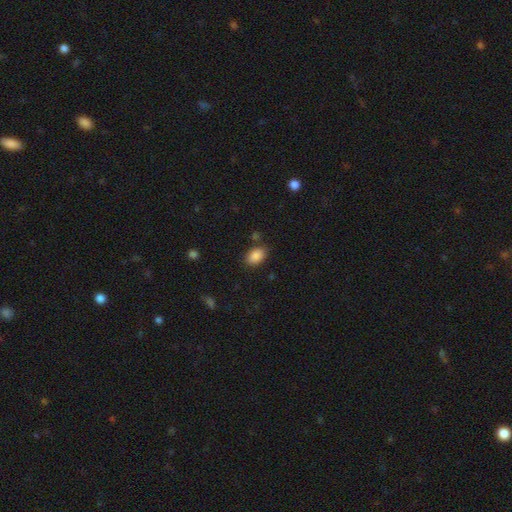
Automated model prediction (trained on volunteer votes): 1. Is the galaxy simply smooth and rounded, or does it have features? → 88% smooth, 8% star or artifact, 4% featured or disk.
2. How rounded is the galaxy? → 86% in between, 13% round, 1% cigar-shaped.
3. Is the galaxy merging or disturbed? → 80% none, 13% minor disturbance, 4% merger, 3% major disturbance.